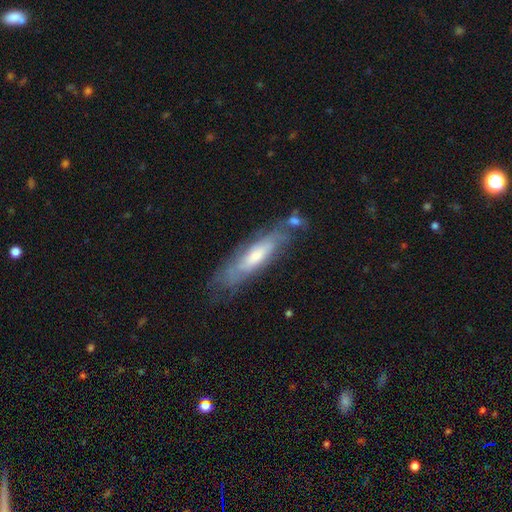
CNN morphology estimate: The model was most divided on "smooth or featured": featured or disk: 58%, smooth: 35%, star or artifact: 6%. More confident: merging — none (62%); edge-on disk — no (62%).